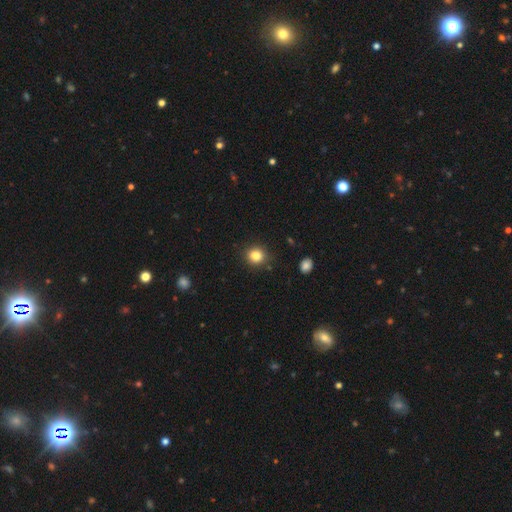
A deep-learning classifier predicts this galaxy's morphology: smooth 83%, star or artifact 12%, featured or disk 5%. Down the decision tree: how rounded — round (88%); merging — none (89%).